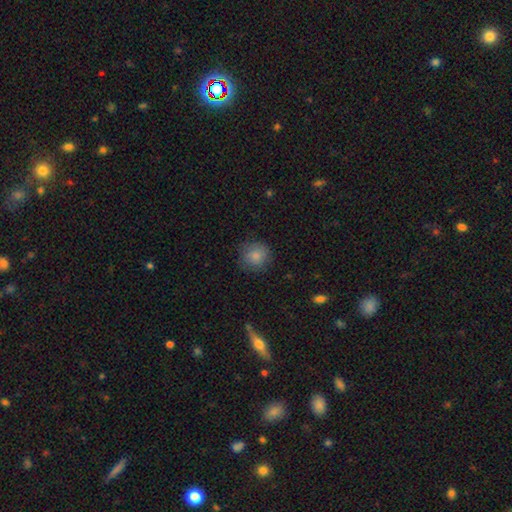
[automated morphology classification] smooth 84%, star or artifact 9%, featured or disk 6%. Down the decision tree: how rounded — round (89%); merging — none (81%).